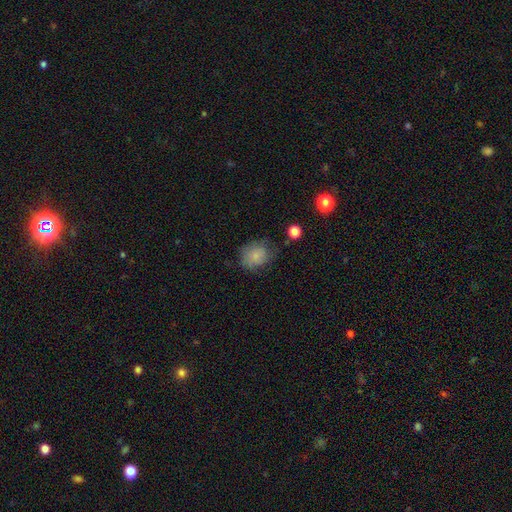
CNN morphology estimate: A smooth galaxy with no disk features (79%) that is round (55%). Merging: none (61%).